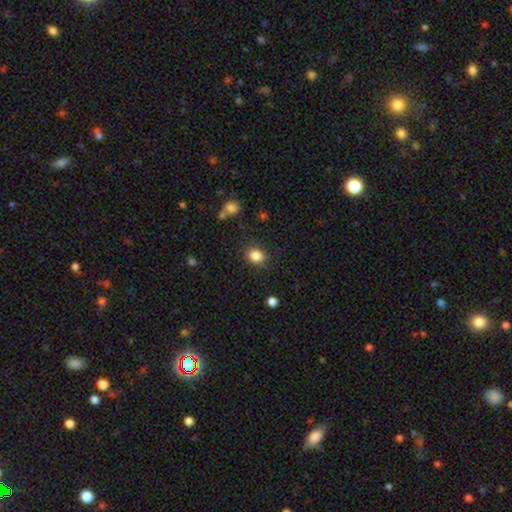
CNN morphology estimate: This is clearly a smooth galaxy (85%). How rounded: likely round (62%). Merging: clearly none (85%).